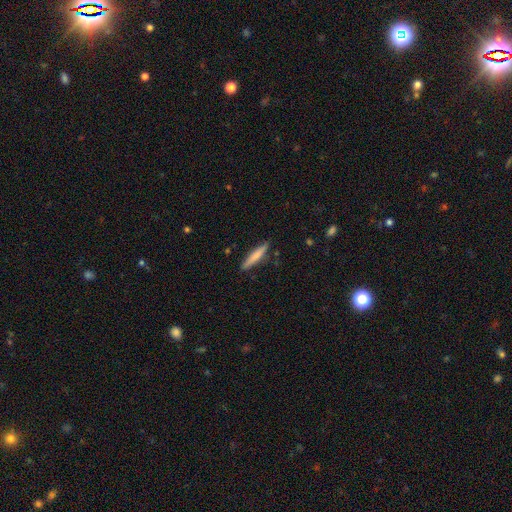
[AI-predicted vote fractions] Overall: smooth (70%). How rounded: cigar-shaped (92%). Merging: none (87%).